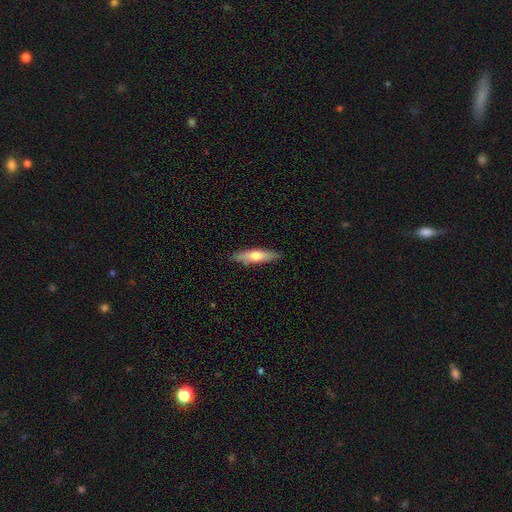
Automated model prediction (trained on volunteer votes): smooth 59%, featured or disk 36%, star or artifact 6%. Down the decision tree: how rounded — cigar-shaped (73%); merging — none (86%).